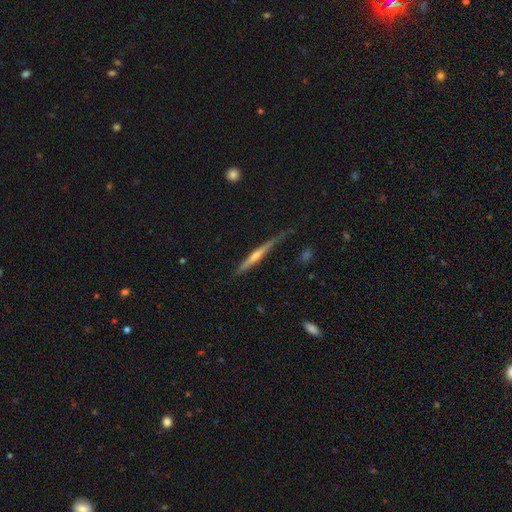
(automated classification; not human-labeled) Smooth or featured?
  - featured or disk: 70% *
  - smooth: 23%
  - star or artifact: 7%
Edge-on disk?
  - yes: 97% *
  - no: 3%
Edge-on bulge?
  - rounded: 67% *
  - none: 26%
  - boxy: 7%
Merging?
  - none: 72% *
  - minor disturbance: 20%
  - major disturbance: 5%
  - merger: 2%